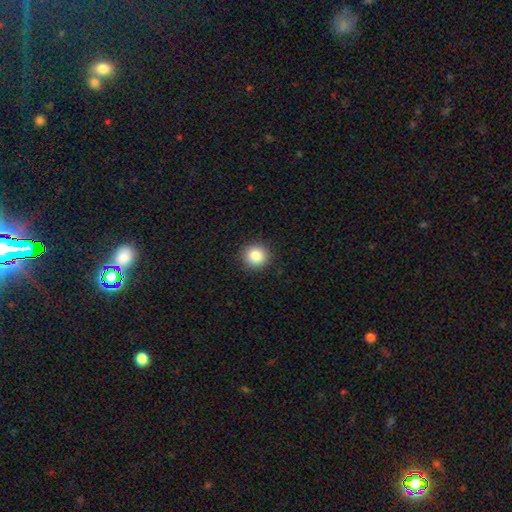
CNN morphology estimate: Smooth or featured: smooth — 85% (star or artifact — 10%)
How rounded: round — 93% (in between — 6%)
Merging: none — 92% (minor disturbance — 6%)